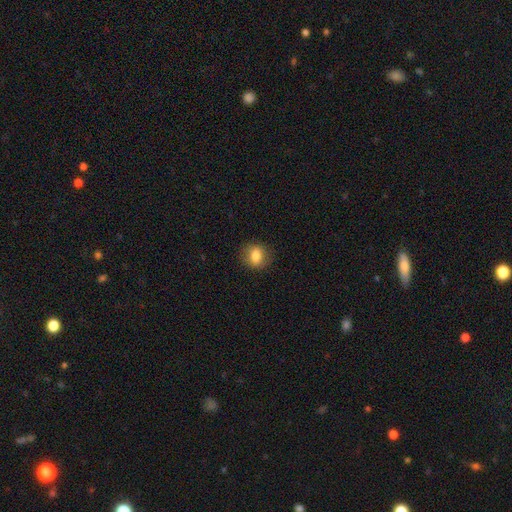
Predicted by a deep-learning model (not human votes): Smooth or featured? Predicted: smooth (p=0.80). How rounded? Predicted: round (p=0.60). Merging? Predicted: none (p=0.86).